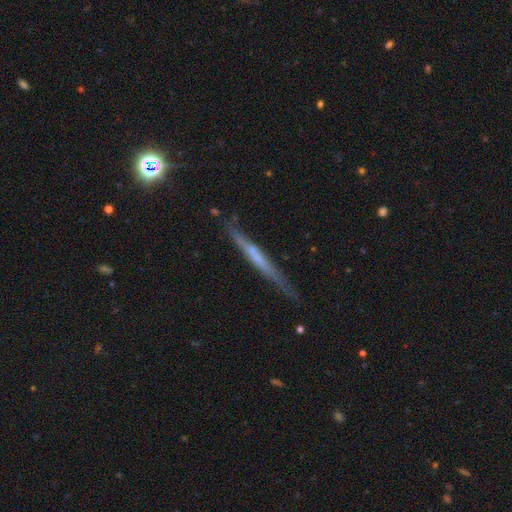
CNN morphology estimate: smooth-or-featured: featured or disk: 58% | smooth: 35% | star or artifact: 7%
  disk-edge-on: yes: 94% | no: 6%
    edge-on-bulge: none: 75% | rounded: 14% | boxy: 11%
  merging: none: 77% | minor disturbance: 17% | major disturbance: 4% | merger: 2%